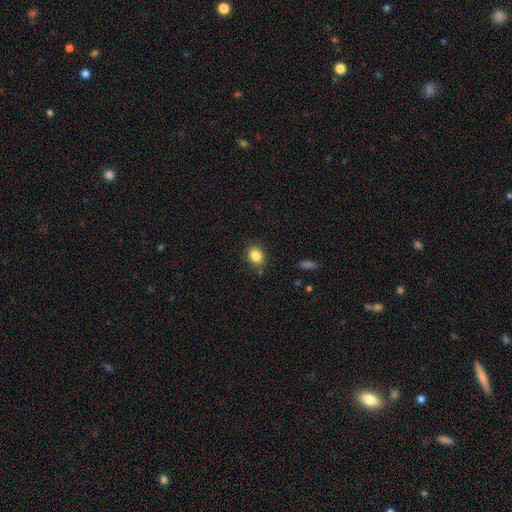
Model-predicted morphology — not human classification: smooth-or-featured: smooth: 84% | star or artifact: 10% | featured or disk: 6%
  how-rounded: round: 51% | in between: 48% | cigar-shaped: 1%
  merging: none: 84% | minor disturbance: 10% | merger: 3% | major disturbance: 3%